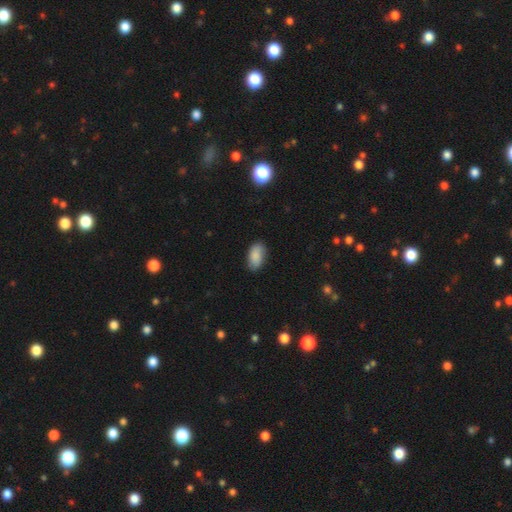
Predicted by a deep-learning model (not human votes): smooth 86%, featured or disk 7%, star or artifact 7%. Down the decision tree: how rounded — in between (94%); merging — none (82%).